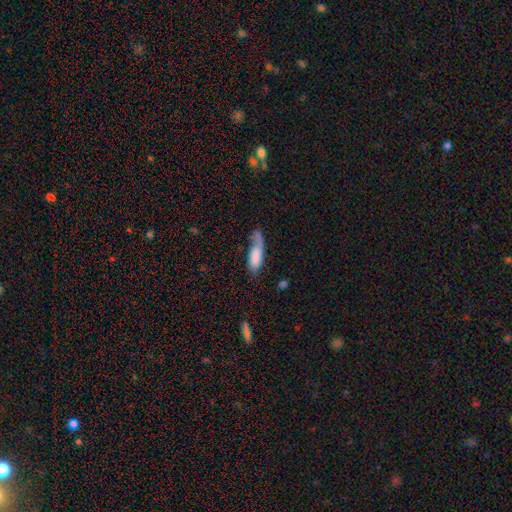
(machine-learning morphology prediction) This is likely a smooth galaxy (75%). How rounded: possibly in between (53%). Merging: marginally none (36%).